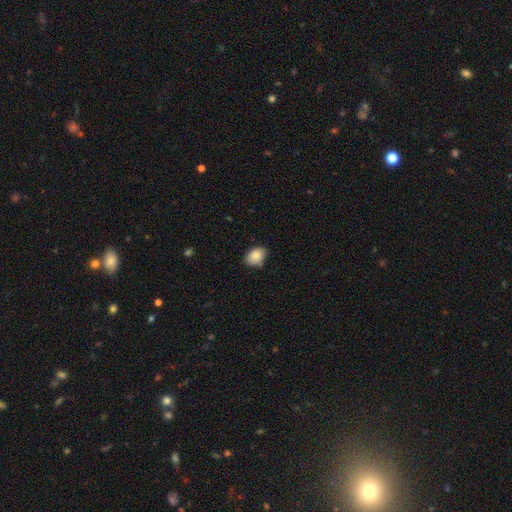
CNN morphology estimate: type=smooth (87%); roundness=in between (72%); merging=none (77%).